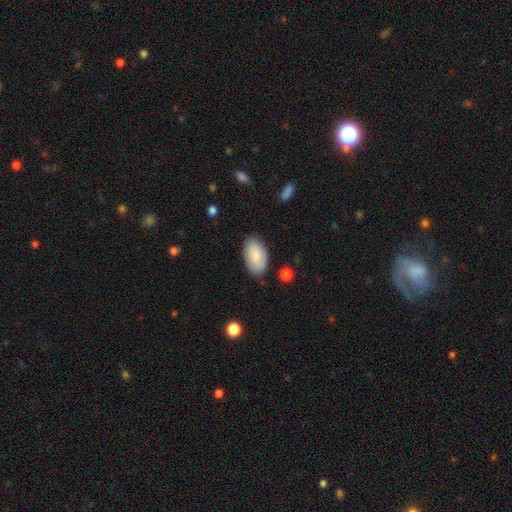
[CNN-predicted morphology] This appears to be a smooth galaxy with no disk features (79%) that is in between round and cigar-shaped (95%). Merging: none (82%).